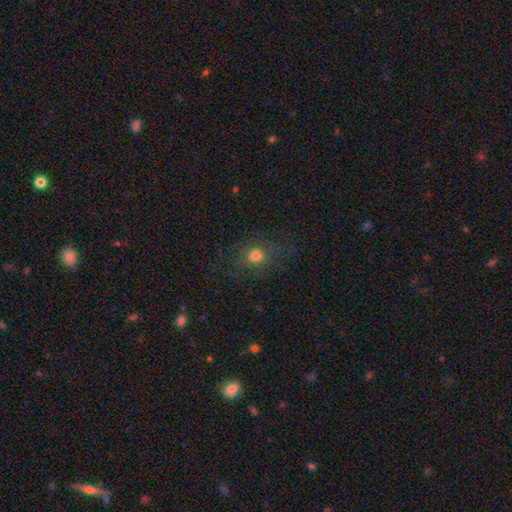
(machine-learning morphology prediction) Q: Smooth or featured?
A: smooth (70%); runner-up: star or artifact (15%)
Q: How rounded?
A: round (80%); runner-up: in between (19%)
Q: Merging?
A: none (75%); runner-up: minor disturbance (13%)